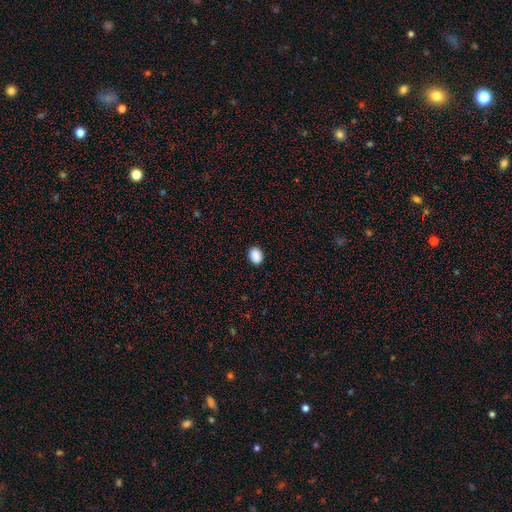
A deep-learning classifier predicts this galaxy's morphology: This appears to be a smooth galaxy with no disk features (89%) that is in between round and cigar-shaped (64%). Merging: none (89%).